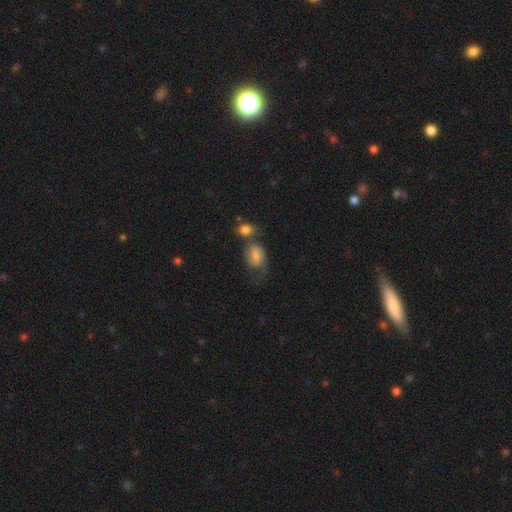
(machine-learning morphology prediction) This is possibly a featured or disk galaxy (48%). Merging: marginally merger (38%).